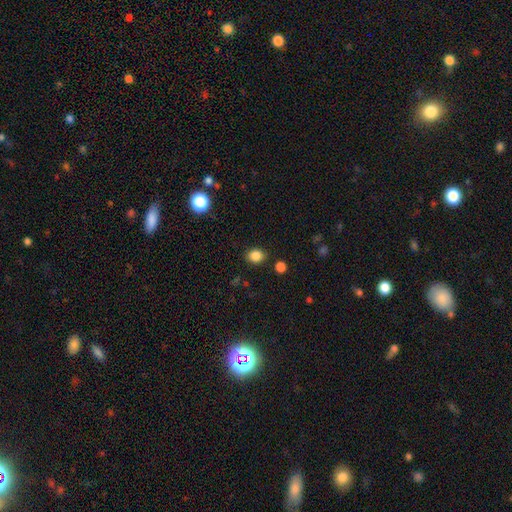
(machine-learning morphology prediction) This is clearly a smooth galaxy (85%). How rounded: possibly round (59%). Merging: clearly none (86%).